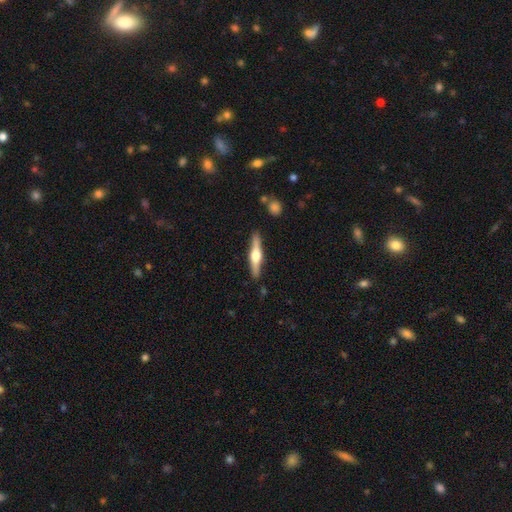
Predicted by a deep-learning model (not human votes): This is likely a featured or disk galaxy (66%). It is clearly viewed edge-on (97%). Edge-on bulge: clearly rounded (95%). Merging: clearly none (89%).